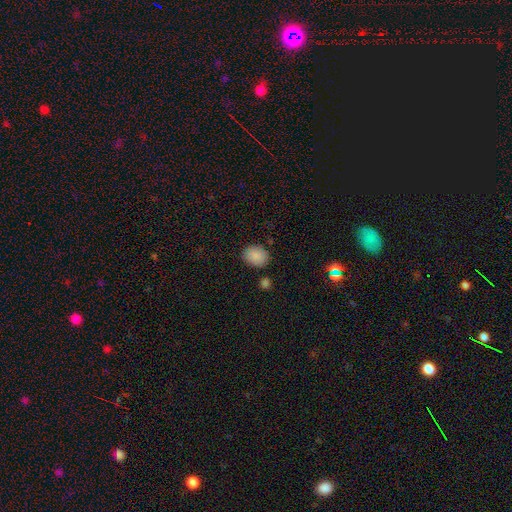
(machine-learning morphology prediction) Smooth or featured? Predicted: smooth (p=0.88). How rounded? Predicted: in between (p=0.53). Merging? Predicted: none (p=0.83).